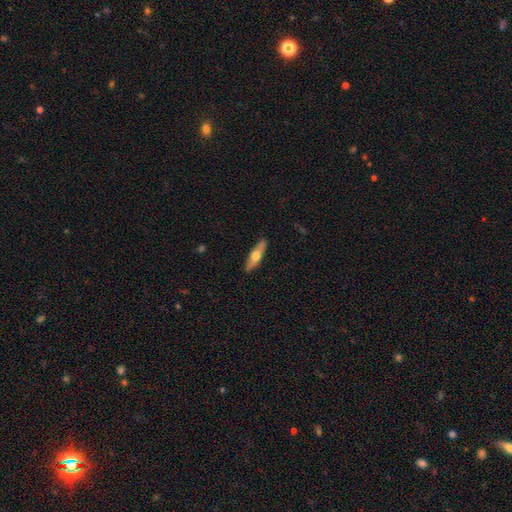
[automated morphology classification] type=smooth (50%); roundness=cigar-shaped (65%); merging=none (89%).